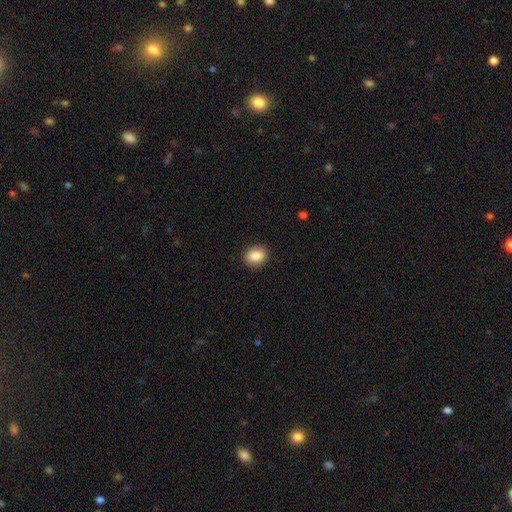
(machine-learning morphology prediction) A smooth galaxy with no disk features (88%) that is in between round and cigar-shaped (58%). Merging: none (90%).